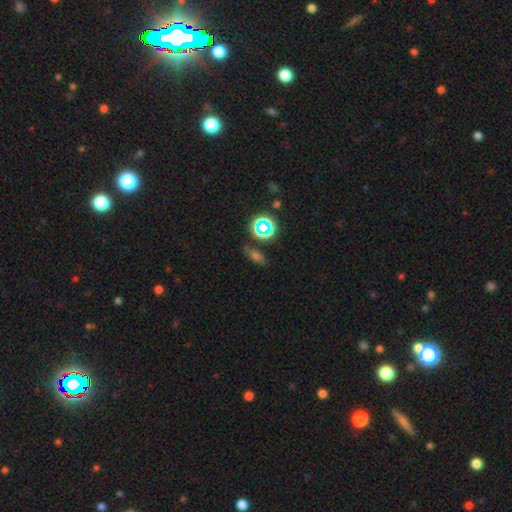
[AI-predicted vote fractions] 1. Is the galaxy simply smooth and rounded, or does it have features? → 44% smooth, 35% star or artifact, 22% featured or disk.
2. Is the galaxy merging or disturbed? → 79% none, 11% minor disturbance, 6% merger, 4% major disturbance.